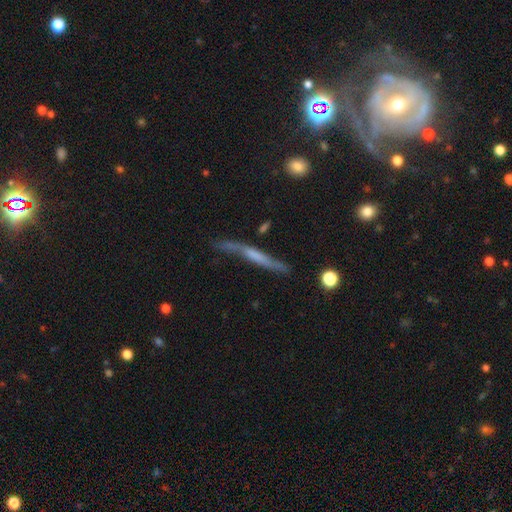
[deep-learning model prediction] Smooth or featured? Predicted: featured or disk (p=0.58). Edge-on disk? Predicted: yes (p=0.79). Merging? Predicted: none (p=0.57).